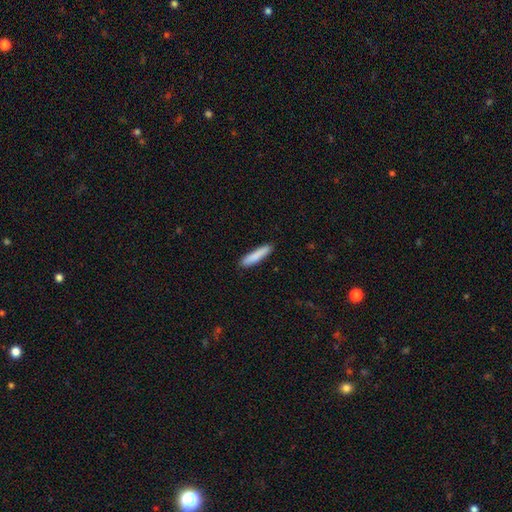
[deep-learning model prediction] Q: Smooth or featured?
A: smooth (85%); runner-up: featured or disk (9%)
Q: How rounded?
A: cigar-shaped (88%); runner-up: in between (11%)
Q: Merging?
A: none (89%); runner-up: minor disturbance (8%)